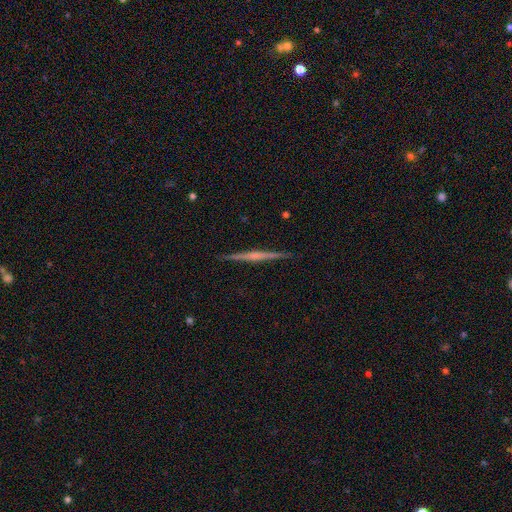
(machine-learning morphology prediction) Smooth or featured: featured or disk — 76% (smooth — 19%)
Edge-on disk: yes — 99% (no — 1%)
Edge-on bulge: rounded — 45% (none — 37%)
Merging: none — 92% (minor disturbance — 6%)